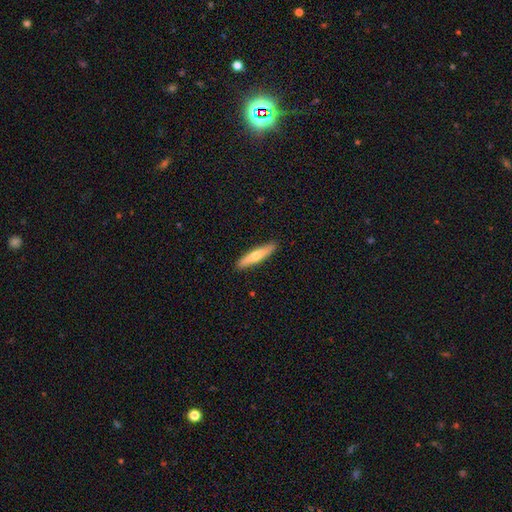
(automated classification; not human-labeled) Smooth or featured?
  - smooth: 55% *
  - featured or disk: 40%
  - star or artifact: 5%
How rounded?
  - cigar-shaped: 86% *
  - in between: 12%
  - round: 2%
Merging?
  - none: 90% *
  - minor disturbance: 7%
  - major disturbance: 1%
  - merger: 1%